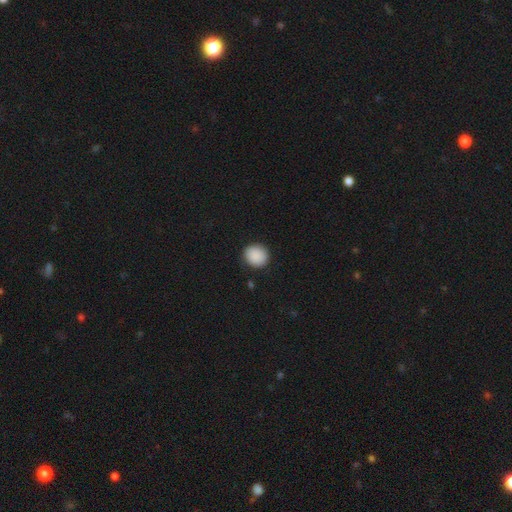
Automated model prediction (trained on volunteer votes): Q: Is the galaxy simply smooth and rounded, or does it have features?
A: smooth — 90%.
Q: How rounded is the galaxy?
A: round — 86%.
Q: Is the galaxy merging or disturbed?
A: none — 89%.